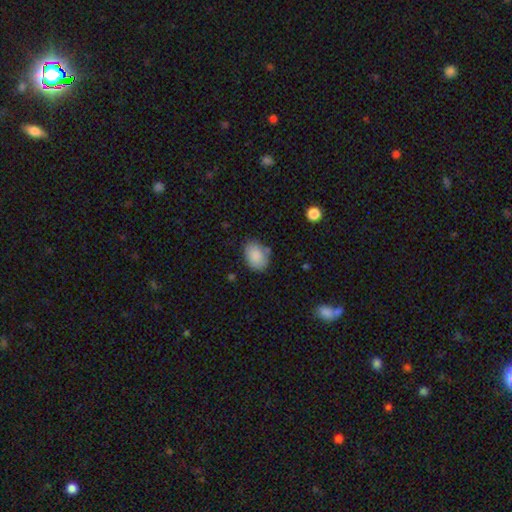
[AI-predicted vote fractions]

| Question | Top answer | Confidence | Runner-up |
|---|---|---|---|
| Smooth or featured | smooth | 87% | star or artifact (7%) |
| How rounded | in between | 79% | round (20%) |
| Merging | none | 72% | minor disturbance (19%) |